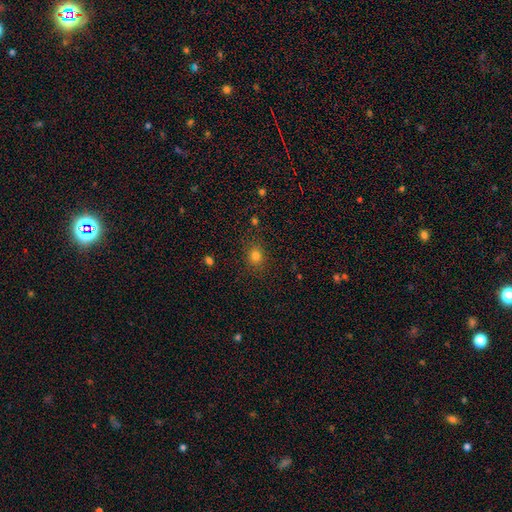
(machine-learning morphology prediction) This is likely a smooth galaxy (78%). How rounded: likely round (68%). Merging: clearly none (85%).